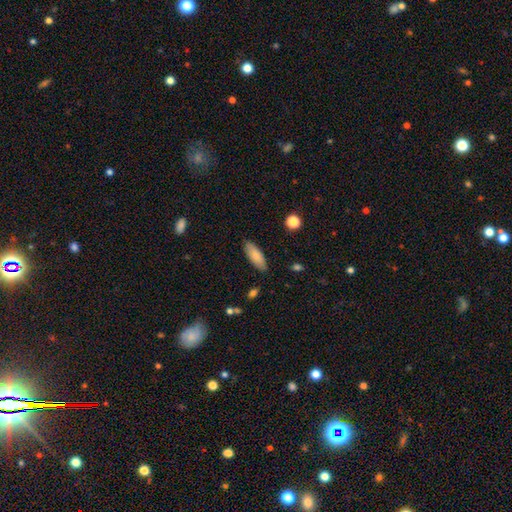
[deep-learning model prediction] Overall: smooth (84%). How rounded: in between (67%; cigar-shaped 31%). Merging: none (86%).